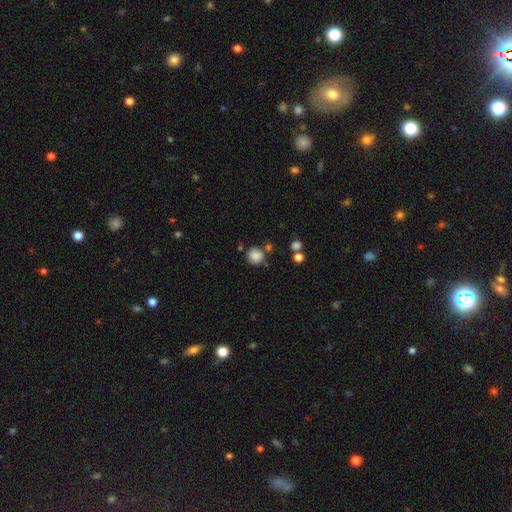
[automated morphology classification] Overall: smooth (85%). How rounded: round (89%). Merging: none (73%).